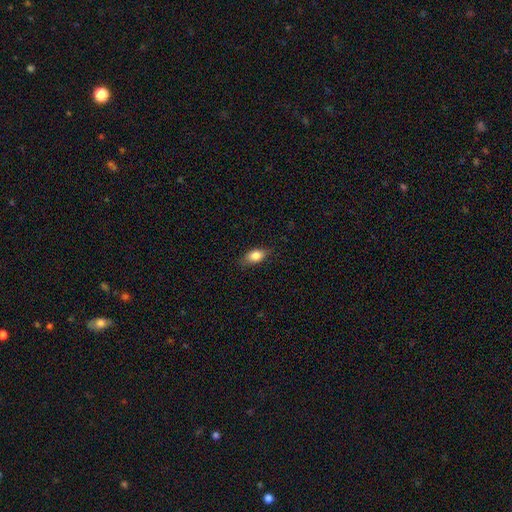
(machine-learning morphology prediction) Smooth or featured?
  - smooth: 81% *
  - featured or disk: 11%
  - star or artifact: 8%
How rounded?
  - in between: 84% *
  - round: 9%
  - cigar-shaped: 7%
Merging?
  - none: 80% *
  - minor disturbance: 16%
  - major disturbance: 3%
  - merger: 1%